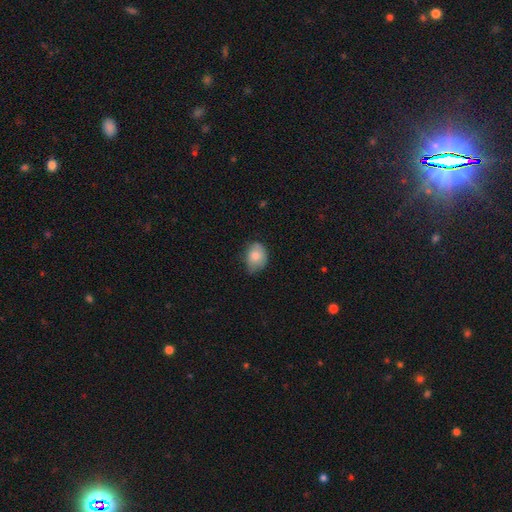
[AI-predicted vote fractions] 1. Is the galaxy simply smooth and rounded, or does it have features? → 80% smooth, 12% featured or disk, 8% star or artifact.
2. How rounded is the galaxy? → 65% in between, 34% round, 1% cigar-shaped.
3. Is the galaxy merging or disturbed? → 56% none, 36% minor disturbance, 7% major disturbance, 1% merger.